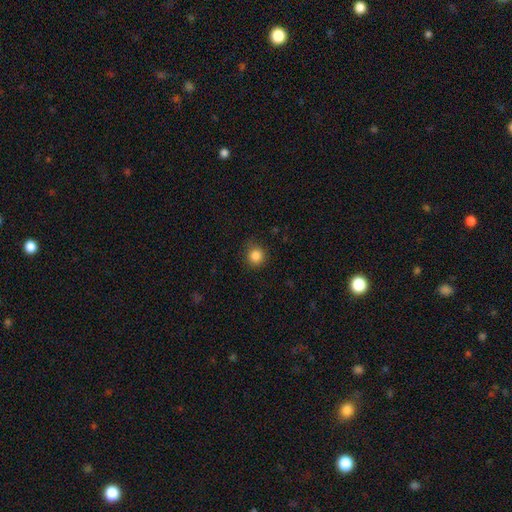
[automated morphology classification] Overall: smooth (85%). How rounded: round (90%). Merging: none (83%).